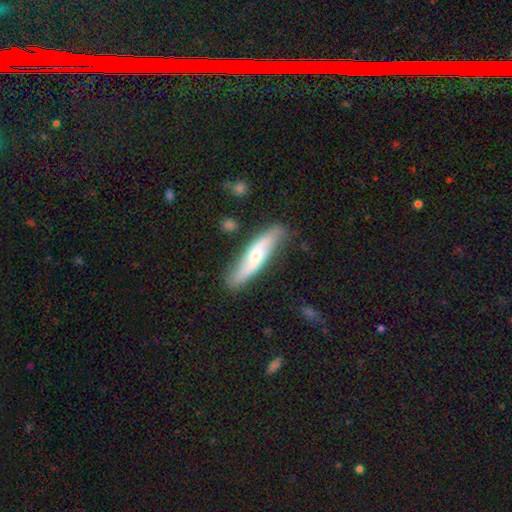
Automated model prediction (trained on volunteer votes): Smooth or featured? featured or disk (63%)
Edge-on disk? no (66%)
Merging? none (81%)